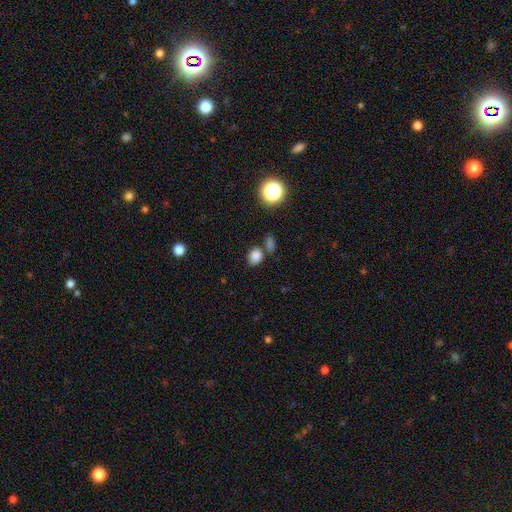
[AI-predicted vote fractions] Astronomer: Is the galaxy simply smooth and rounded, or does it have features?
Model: smooth — 81%.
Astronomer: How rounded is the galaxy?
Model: in between — 53% (runner-up: round, 46%).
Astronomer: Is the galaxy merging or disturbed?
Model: none — 66%.